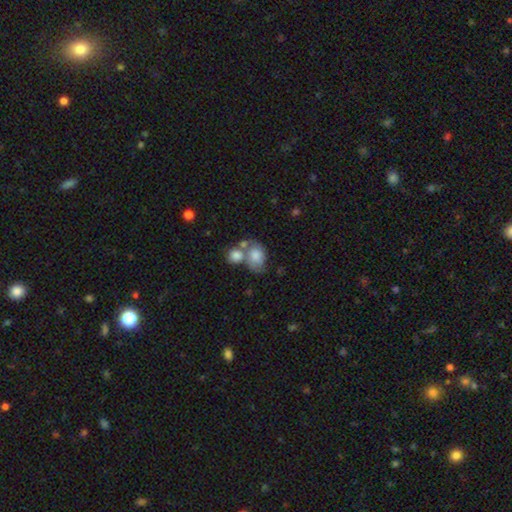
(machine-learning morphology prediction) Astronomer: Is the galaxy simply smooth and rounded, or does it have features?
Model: smooth — 64%.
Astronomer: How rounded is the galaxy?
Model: in between — 71%.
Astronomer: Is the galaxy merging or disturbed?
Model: merger — 48% (runner-up: none, 28%).